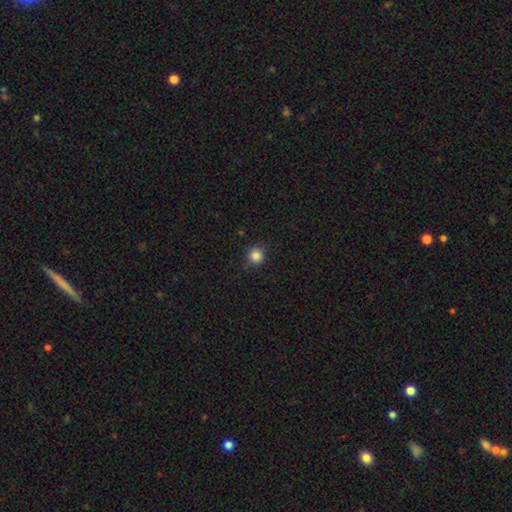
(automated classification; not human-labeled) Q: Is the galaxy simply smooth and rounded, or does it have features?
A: smooth — 85%.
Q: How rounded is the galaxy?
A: round — 92%.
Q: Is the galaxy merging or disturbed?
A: none — 88%.